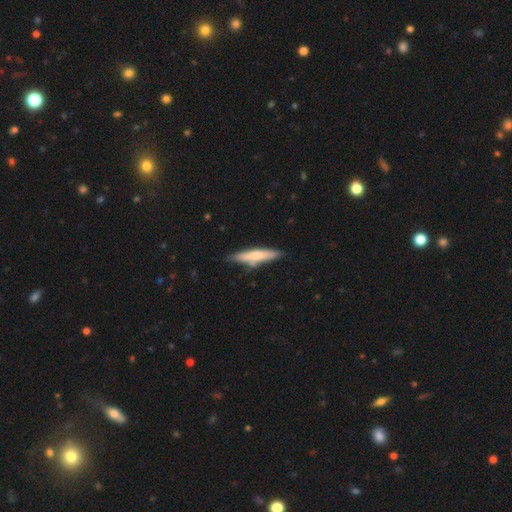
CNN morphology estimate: smooth-or-featured: smooth: 64% | featured or disk: 31% | star or artifact: 5%
  how-rounded: cigar-shaped: 85% | in between: 13% | round: 1%
  merging: none: 74% | minor disturbance: 18% | merger: 5% | major disturbance: 3%